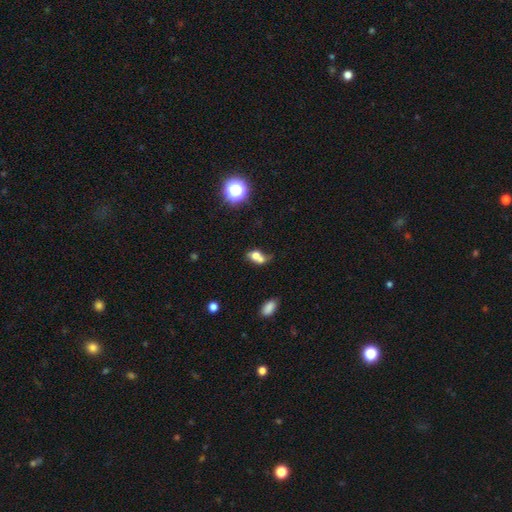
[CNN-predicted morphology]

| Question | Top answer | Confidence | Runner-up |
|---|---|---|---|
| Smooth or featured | smooth | 67% | featured or disk (20%) |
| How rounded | in between | 58% | round (39%) |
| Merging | merger | 56% | none (24%) |